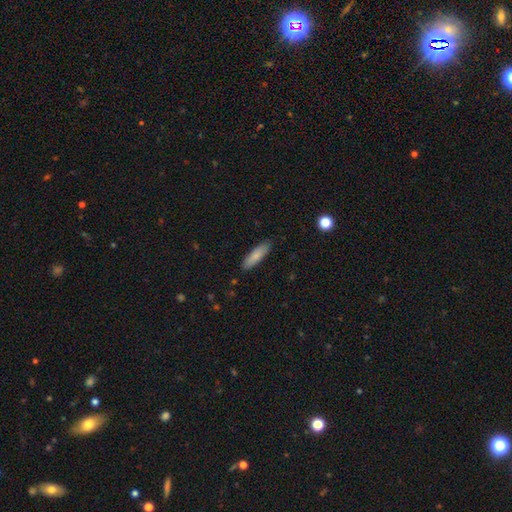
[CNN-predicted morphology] A smooth galaxy with no disk features (81%) that is cigar-shaped (62%).

Vote fractions:
- Smooth or featured? smooth: 81% / featured or disk: 13% / star or artifact: 6%
- How rounded? cigar-shaped: 62% / in between: 36% / round: 2%
- Merging? none: 87% / minor disturbance: 10% / major disturbance: 2% / merger: 1%